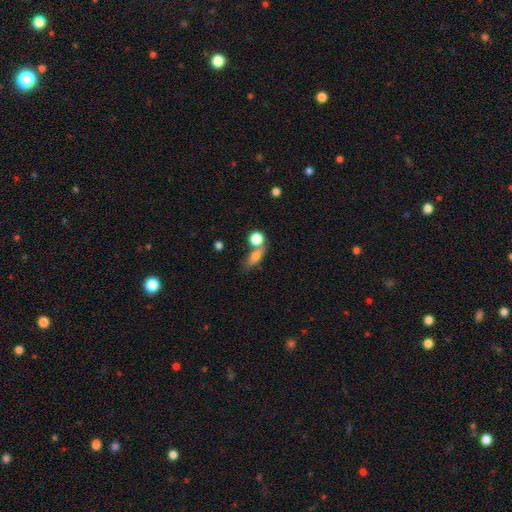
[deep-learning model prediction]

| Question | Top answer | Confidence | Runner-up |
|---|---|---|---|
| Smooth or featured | smooth | 73% | featured or disk (16%) |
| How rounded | in between | 51% | cigar-shaped (25%) |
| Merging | none | 49% | merger (30%) |